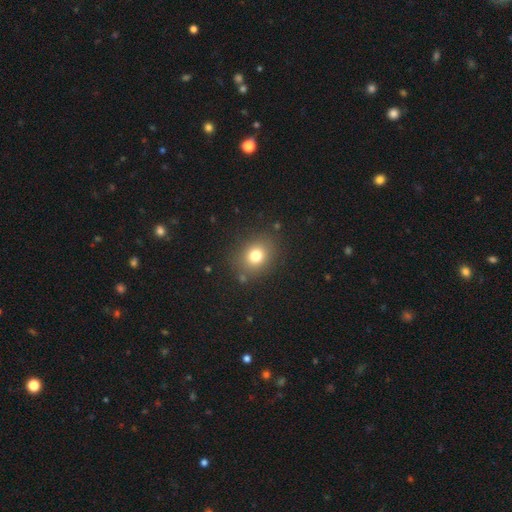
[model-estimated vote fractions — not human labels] smooth_or_featured: smooth (p=0.77) [alt: star or artifact p=0.14]
how_rounded: round (p=0.63) [alt: in between p=0.36]
merging: none (p=0.84) [alt: minor disturbance p=0.10]